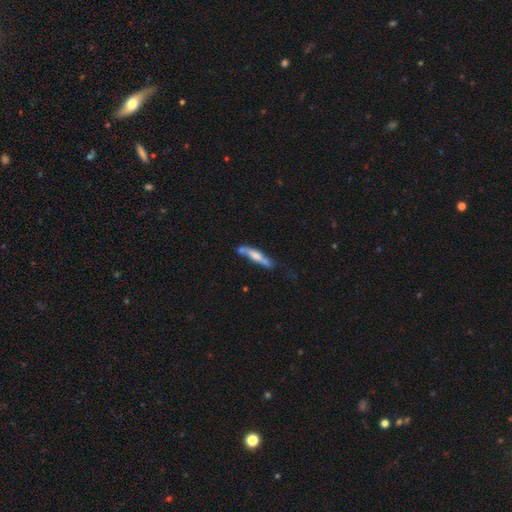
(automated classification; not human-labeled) A smooth galaxy with no disk features (49%). Merging: none (55%).